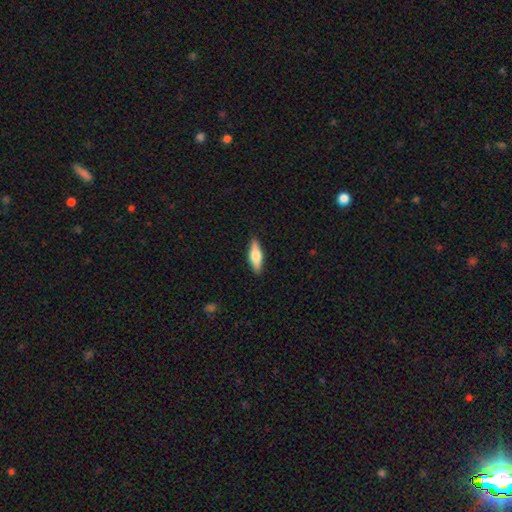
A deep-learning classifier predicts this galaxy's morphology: A smooth galaxy with no disk features (58%) that is in between round and cigar-shaped (49%). Merging: none (89%).